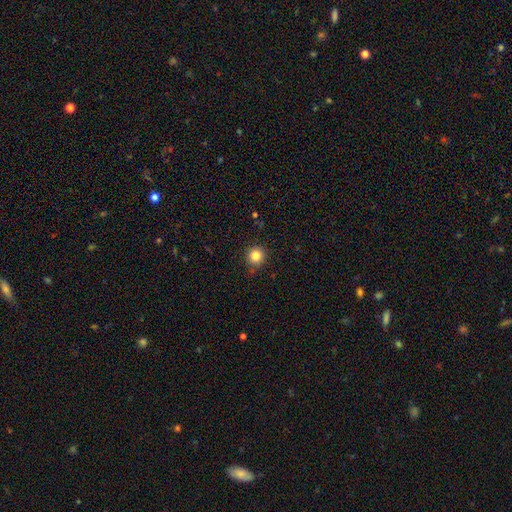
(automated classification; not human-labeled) This appears to be a smooth galaxy with no disk features (83%) that is round (92%). Merging: none (84%).